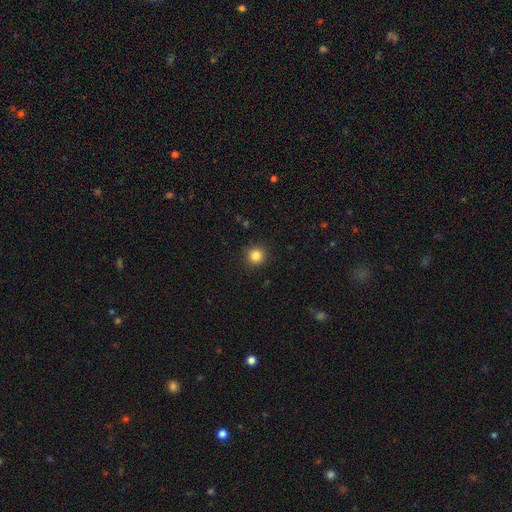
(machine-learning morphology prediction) Smooth or featured? smooth (85%)
How rounded? round (94%)
Merging? none (91%)